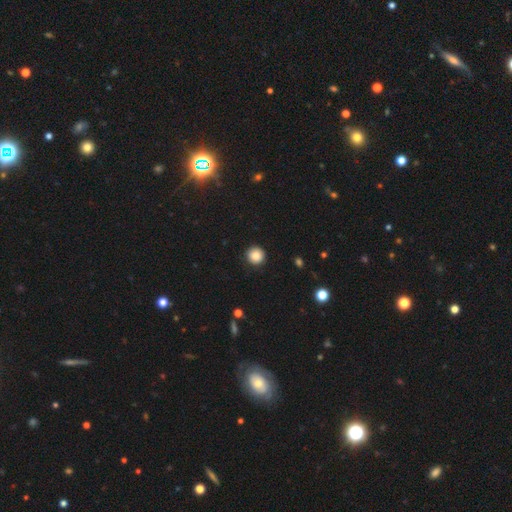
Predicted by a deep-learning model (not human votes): Smooth or featured? smooth (84%)
How rounded? round (96%)
Merging? none (92%)